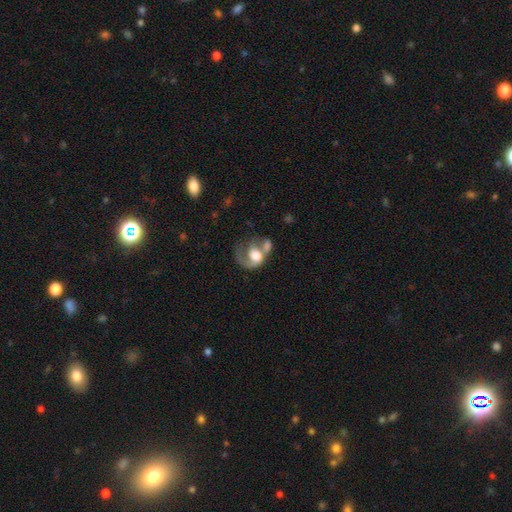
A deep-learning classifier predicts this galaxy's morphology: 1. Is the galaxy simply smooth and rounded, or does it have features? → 56% featured or disk, 37% smooth, 7% star or artifact.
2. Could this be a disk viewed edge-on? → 97% no, 3% yes.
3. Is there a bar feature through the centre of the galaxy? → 70% no, 23% weak, 7% strong.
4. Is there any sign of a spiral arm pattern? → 71% yes, 29% no.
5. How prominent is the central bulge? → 43% large, 39% moderate, 7% small, 6% dominant, 5% none.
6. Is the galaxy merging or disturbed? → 37% merger, 31% major disturbance, 19% none, 12% minor disturbance.